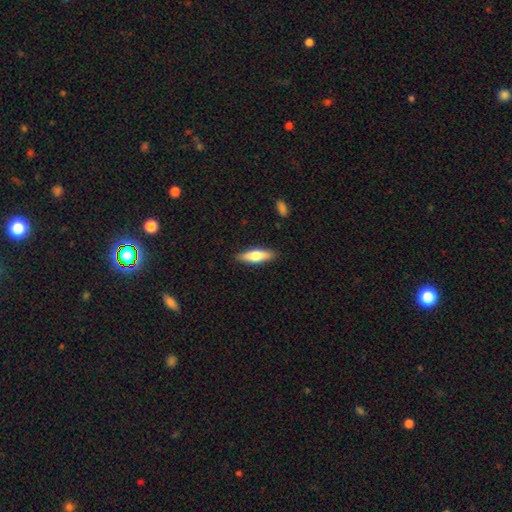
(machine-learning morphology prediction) This appears to be a smooth galaxy with no disk features (63%) that is cigar-shaped (49%). Merging: none (88%).